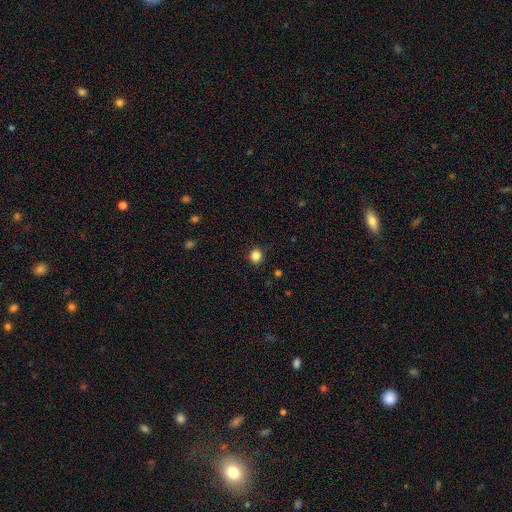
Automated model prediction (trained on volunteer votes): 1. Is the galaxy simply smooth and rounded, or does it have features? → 85% smooth, 11% star or artifact, 3% featured or disk.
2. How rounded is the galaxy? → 87% round, 12% in between, 1% cigar-shaped.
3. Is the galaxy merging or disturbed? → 90% none, 7% minor disturbance, 2% major disturbance, 1% merger.